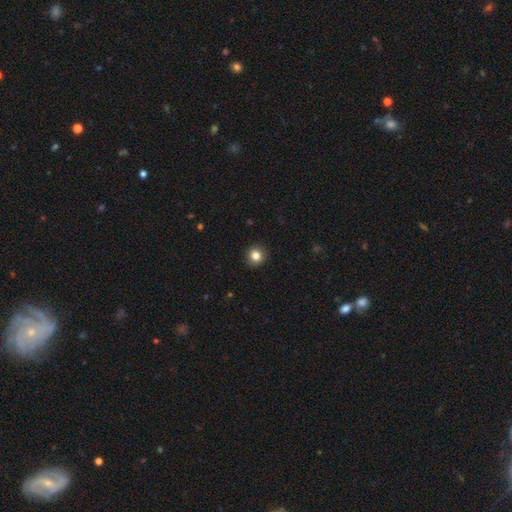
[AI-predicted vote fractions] A smooth galaxy with no disk features (83%) that is round (93%).

Vote fractions:
- Smooth or featured? smooth: 83% / star or artifact: 11% / featured or disk: 6%
- How rounded? round: 93% / in between: 6% / cigar-shaped: 1%
- Merging? none: 93% / minor disturbance: 5% / major disturbance: 2% / merger: 1%